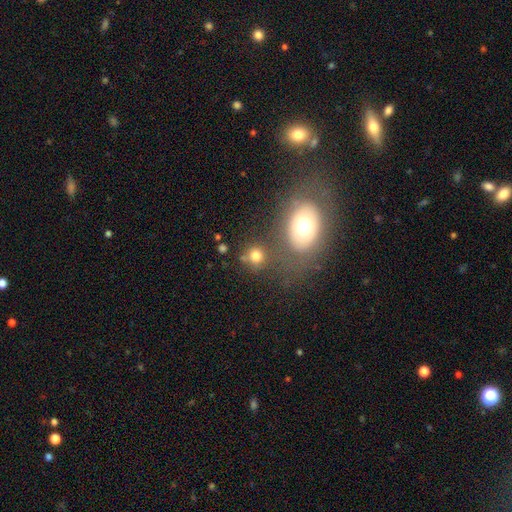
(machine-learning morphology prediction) A smooth galaxy with no disk features (75%) that is round (79%).

Vote fractions:
- Smooth or featured? smooth: 75% / star or artifact: 14% / featured or disk: 11%
- How rounded? round: 79% / in between: 20% / cigar-shaped: 1%
- Merging? none: 63% / merger: 20% / minor disturbance: 11% / major disturbance: 6%